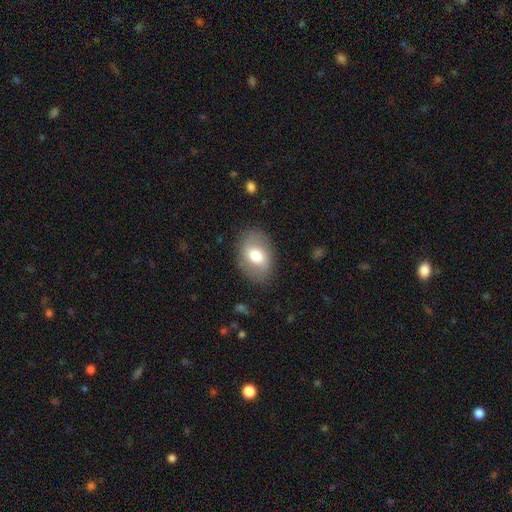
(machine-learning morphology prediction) The model was most divided on "smooth or featured": smooth: 66%, featured or disk: 27%, star or artifact: 7%. More confident: merging — none (82%); how rounded — in between (79%).